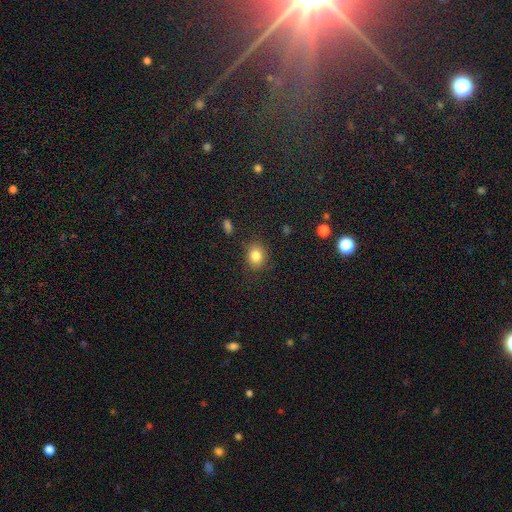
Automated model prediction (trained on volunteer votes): Morphology: type=smooth (83%); roundness=round (60%); merging=none (84%).